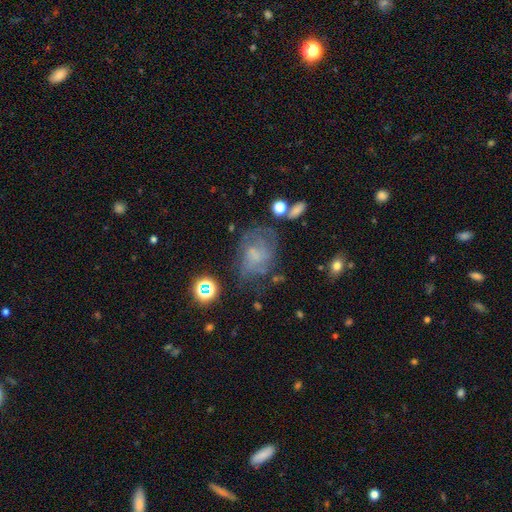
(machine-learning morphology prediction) Smooth or featured?
  - featured or disk: 54% *
  - smooth: 29%
  - star or artifact: 17%
Edge-on disk?
  - no: 97% *
  - yes: 3%
Bar?
  - no: 65% *
  - weak: 30%
  - strong: 5%
Spiral arms?
  - yes: 68% *
  - no: 32%
Bulge size?
  - none: 41% *
  - small: 33%
  - moderate: 20%
  - large: 4%
  - dominant: 1%
Merging?
  - none: 50% *
  - minor disturbance: 23%
  - major disturbance: 22%
  - merger: 5%